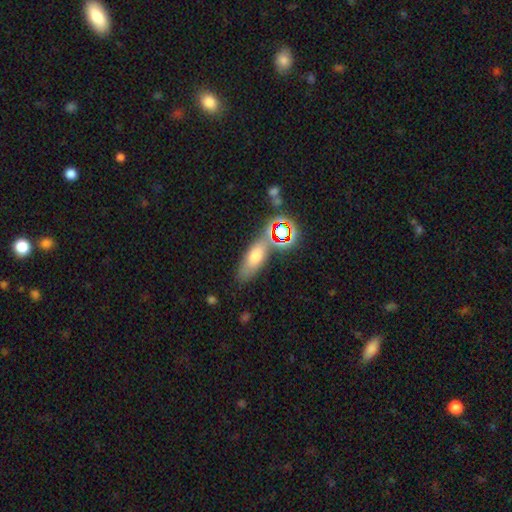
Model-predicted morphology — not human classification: Smooth or featured?
  - smooth: 61% *
  - featured or disk: 20%
  - star or artifact: 19%
How rounded?
  - in between: 63% *
  - cigar-shaped: 29%
  - round: 9%
Merging?
  - none: 71% *
  - minor disturbance: 14%
  - merger: 10%
  - major disturbance: 5%